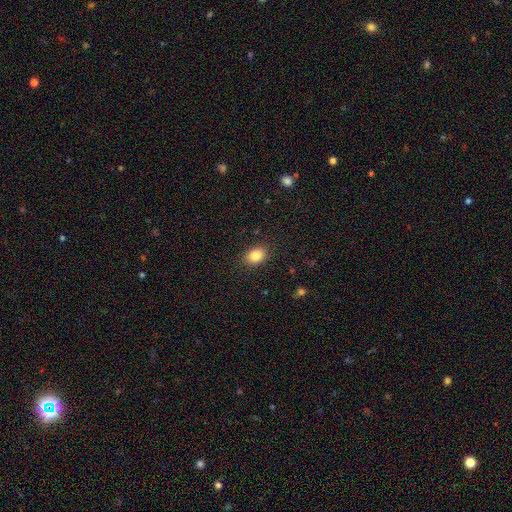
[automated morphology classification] smooth_or_featured: smooth (p=0.84) [alt: star or artifact p=0.10]
how_rounded: in between (p=0.63) [alt: round p=0.36]
merging: none (p=0.88) [alt: minor disturbance p=0.09]